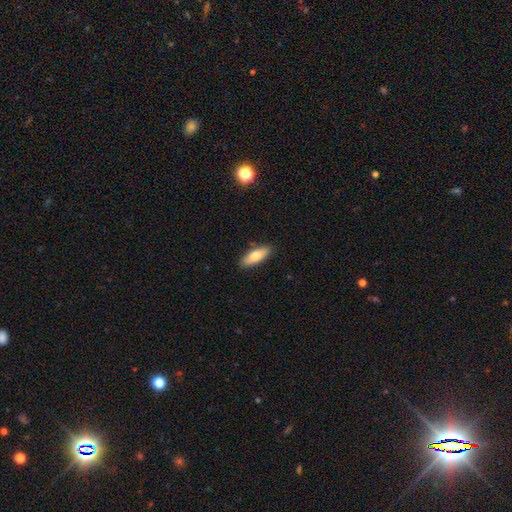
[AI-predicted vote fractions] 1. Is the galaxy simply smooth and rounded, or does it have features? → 73% smooth, 21% featured or disk, 6% star or artifact.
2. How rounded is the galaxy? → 71% in between, 27% cigar-shaped, 2% round.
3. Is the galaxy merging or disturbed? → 88% none, 9% minor disturbance, 2% major disturbance, 1% merger.